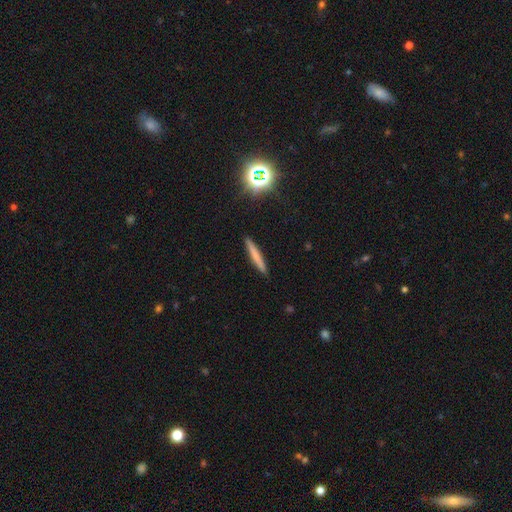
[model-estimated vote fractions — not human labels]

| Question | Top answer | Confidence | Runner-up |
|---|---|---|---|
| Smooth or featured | smooth | 67% | featured or disk (24%) |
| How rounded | cigar-shaped | 95% | in between (4%) |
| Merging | none | 91% | minor disturbance (7%) |